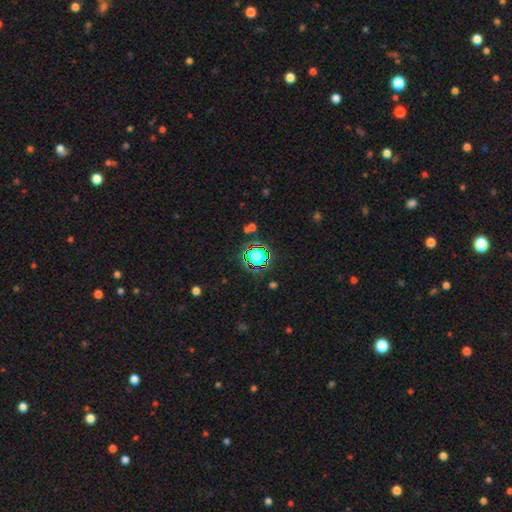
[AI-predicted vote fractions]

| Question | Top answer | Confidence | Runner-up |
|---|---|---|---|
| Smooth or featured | star or artifact | 57% | smooth (31%) |